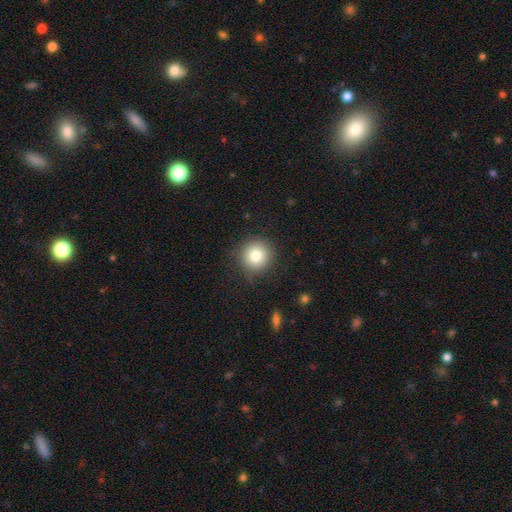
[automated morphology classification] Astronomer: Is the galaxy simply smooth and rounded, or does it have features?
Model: smooth — 81%.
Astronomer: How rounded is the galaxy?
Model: round — 94%.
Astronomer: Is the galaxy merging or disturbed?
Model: none — 88%.